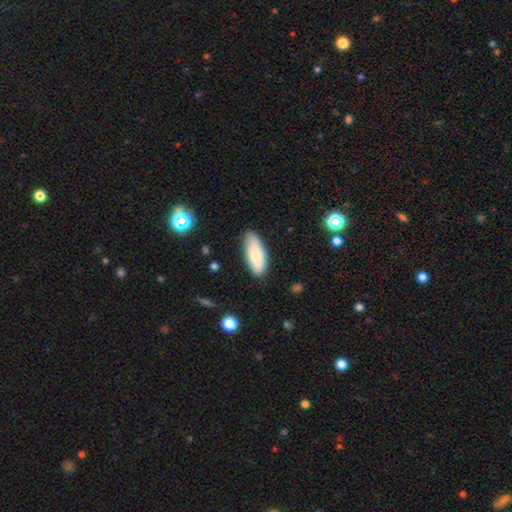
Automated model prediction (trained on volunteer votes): smooth 77%, featured or disk 17%, star or artifact 7%. Down the decision tree: how rounded — in between (79%); merging — none (76%).